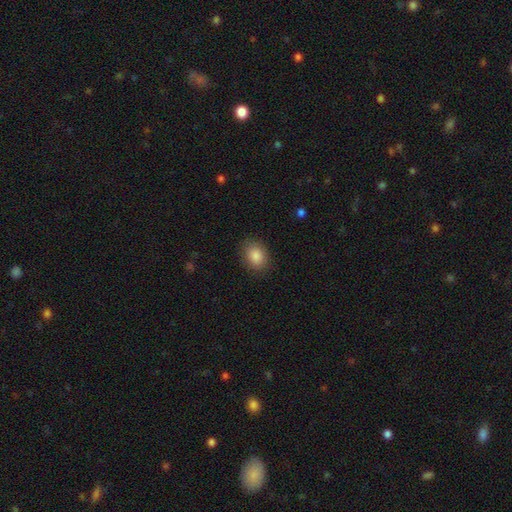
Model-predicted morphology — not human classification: type=smooth (87%); roundness=in between (55%); merging=none (86%).